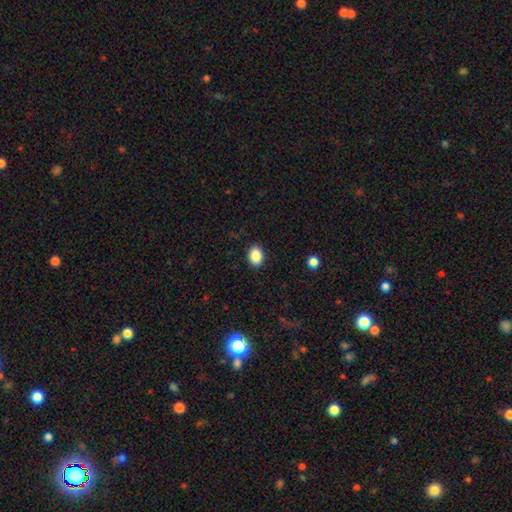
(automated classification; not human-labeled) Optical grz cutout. It shows a smooth galaxy with no disk features (88%) that is in between round and cigar-shaped (71%). Merging: none (90%).